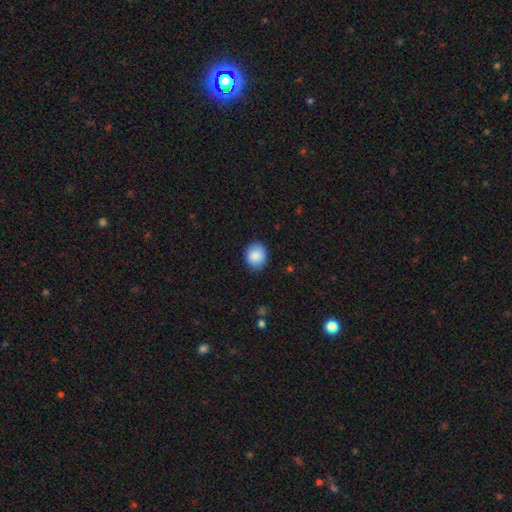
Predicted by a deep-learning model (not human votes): Smooth or featured? smooth (87%)
How rounded? round (61%)
Merging? none (85%)